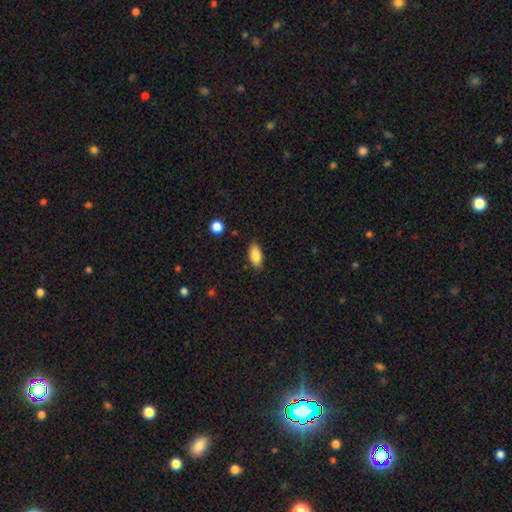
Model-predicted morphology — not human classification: Smooth or featured?
  - smooth: 85% *
  - featured or disk: 8%
  - star or artifact: 7%
How rounded?
  - in between: 89% *
  - cigar-shaped: 8%
  - round: 3%
Merging?
  - none: 85% *
  - minor disturbance: 11%
  - major disturbance: 2%
  - merger: 1%